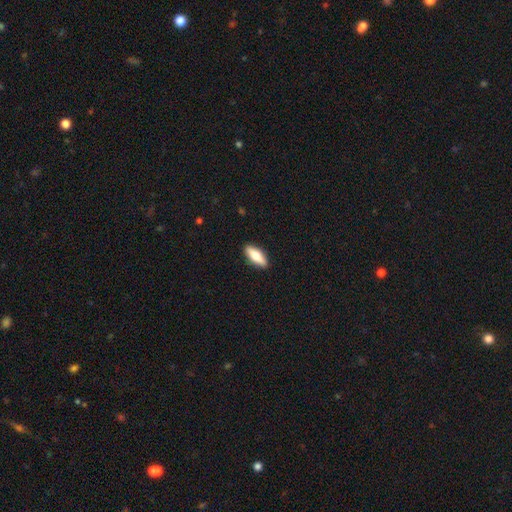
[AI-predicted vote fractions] A smooth galaxy with no disk features (72%) that is in between round and cigar-shaped (65%). Merging: none (90%).